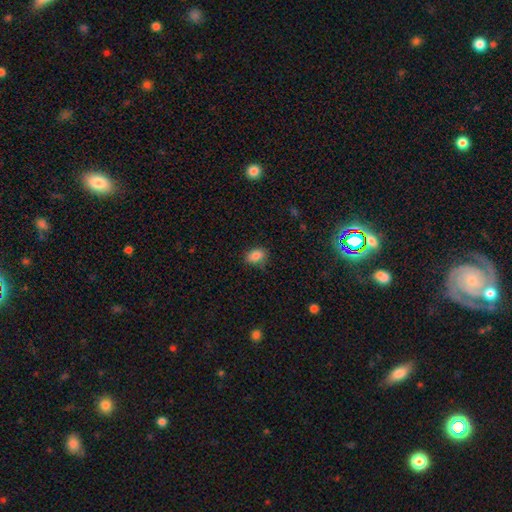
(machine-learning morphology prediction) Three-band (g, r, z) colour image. It shows a smooth galaxy with no disk features (84%) that is in between round and cigar-shaped (76%). Merging: none (82%).